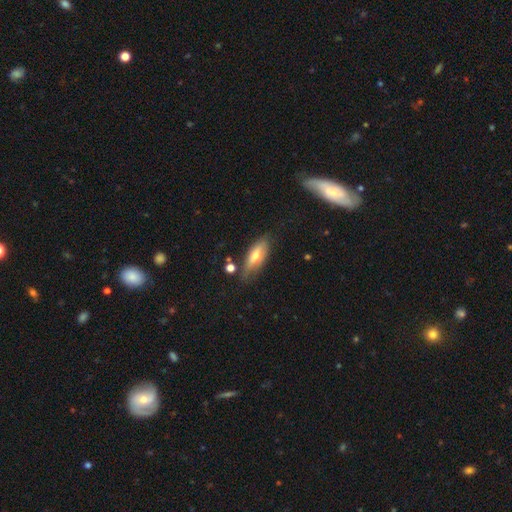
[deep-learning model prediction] A smooth galaxy with no disk features (62%) that is in between round and cigar-shaped (64%). Merging: none (71%).